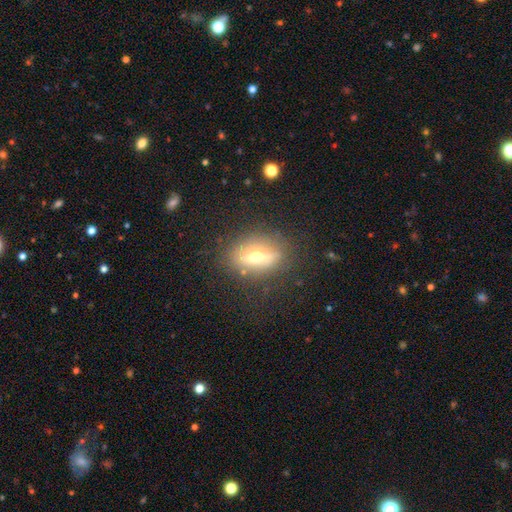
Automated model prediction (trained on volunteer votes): Q: Smooth or featured?
A: featured or disk (57%); runner-up: smooth (33%)
Q: Edge-on disk?
A: yes (67%); runner-up: no (33%)
Q: Merging?
A: none (79%); runner-up: minor disturbance (13%)